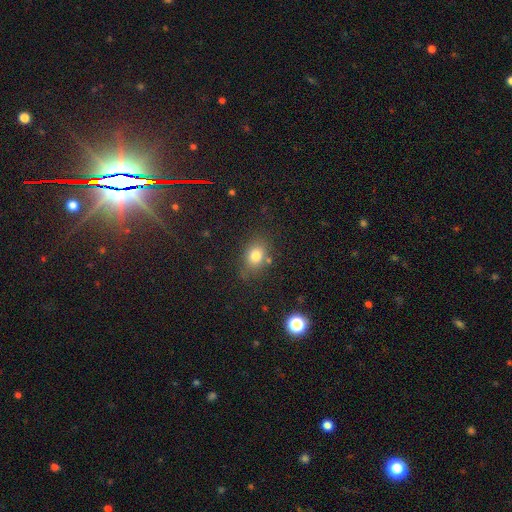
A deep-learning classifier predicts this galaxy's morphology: Smooth or featured? smooth (78%)
How rounded? in between (62%)
Merging? none (75%)